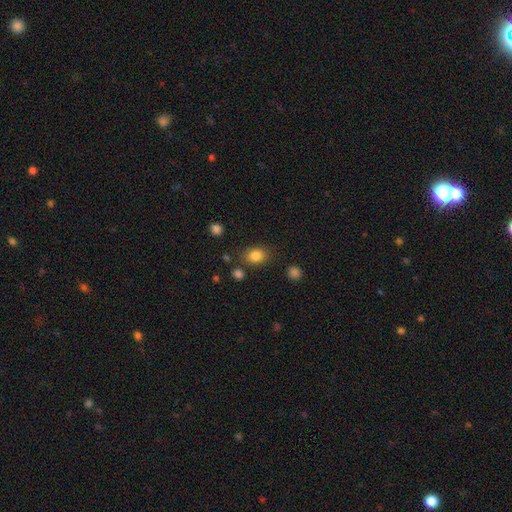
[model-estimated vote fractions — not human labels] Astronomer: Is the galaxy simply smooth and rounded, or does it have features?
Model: smooth — 84%.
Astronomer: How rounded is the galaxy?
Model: in between — 55% (runner-up: round, 44%).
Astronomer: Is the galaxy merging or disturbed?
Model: none — 78%.